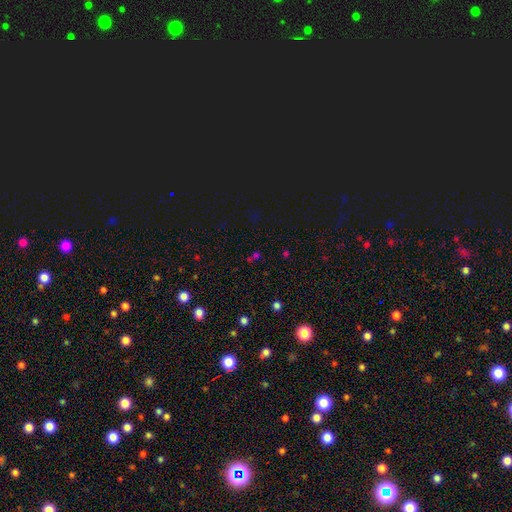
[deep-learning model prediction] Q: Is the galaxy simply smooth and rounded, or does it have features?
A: star or artifact — 53%.